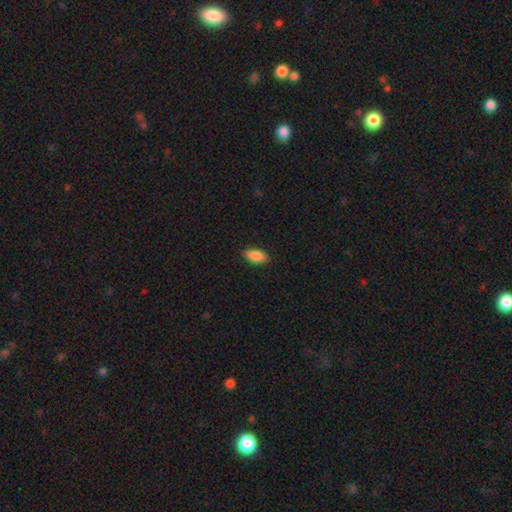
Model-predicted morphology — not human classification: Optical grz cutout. It shows a smooth galaxy with no disk features (89%) that is in between round and cigar-shaped (93%). Merging: none (89%).